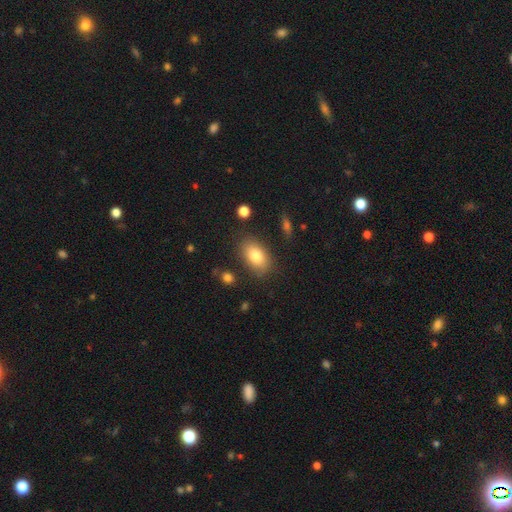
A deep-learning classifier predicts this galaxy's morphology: smooth 81%, featured or disk 12%, star or artifact 8%. Down the decision tree: how rounded — in between (90%); merging — none (80%).